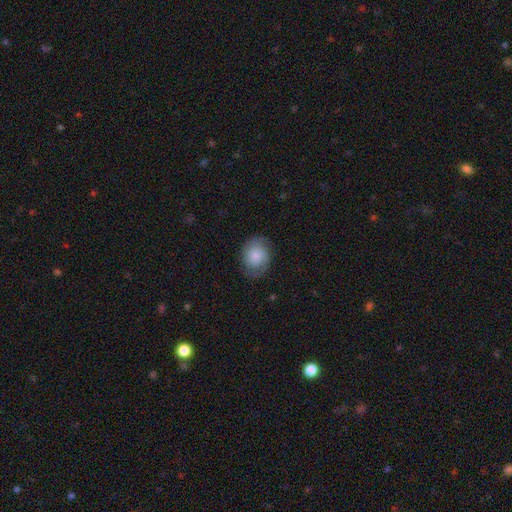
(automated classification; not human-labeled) smooth-or-featured: smooth: 63% | featured or disk: 29% | star or artifact: 7%
  how-rounded: round: 53% | in between: 46% | cigar-shaped: 1%
  merging: none: 73% | minor disturbance: 19% | major disturbance: 7% | merger: 1%